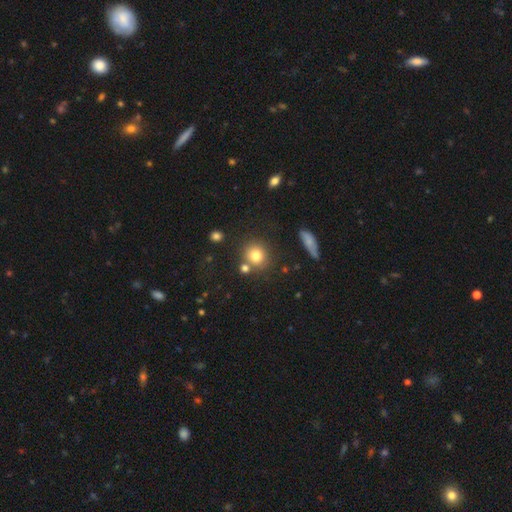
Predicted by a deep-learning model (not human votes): A smooth galaxy with no disk features (78%) that is round (84%).

Vote fractions:
- Smooth or featured? smooth: 78% / star or artifact: 12% / featured or disk: 10%
- How rounded? round: 84% / in between: 15% / cigar-shaped: 1%
- Merging? none: 72% / merger: 14% / minor disturbance: 11% / major disturbance: 4%